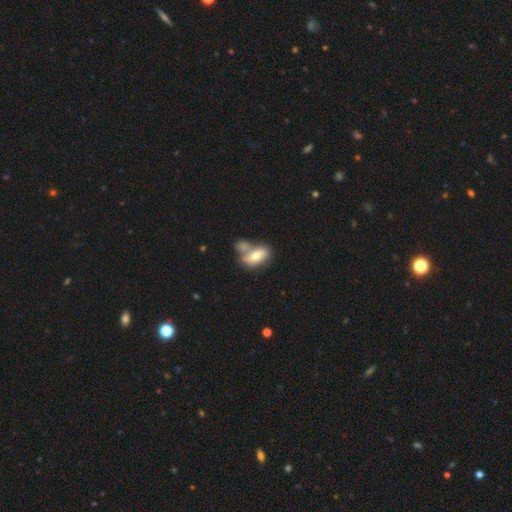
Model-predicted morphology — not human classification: Smooth or featured? Predicted: smooth (p=0.67). How rounded? Predicted: in between (p=0.88). Merging? Predicted: merger (p=0.50).